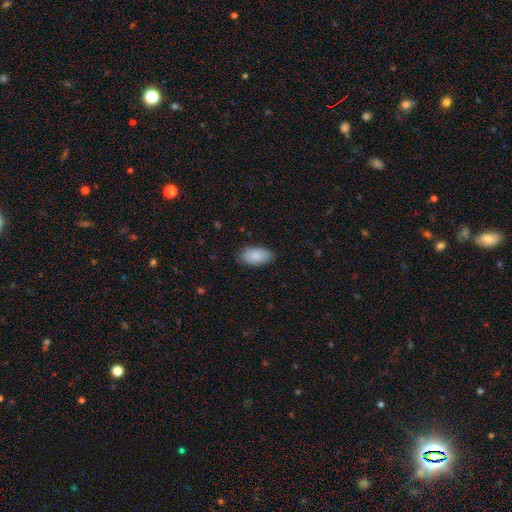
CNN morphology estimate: Overall: smooth (89%). How rounded: in between (95%). Merging: none (85%).